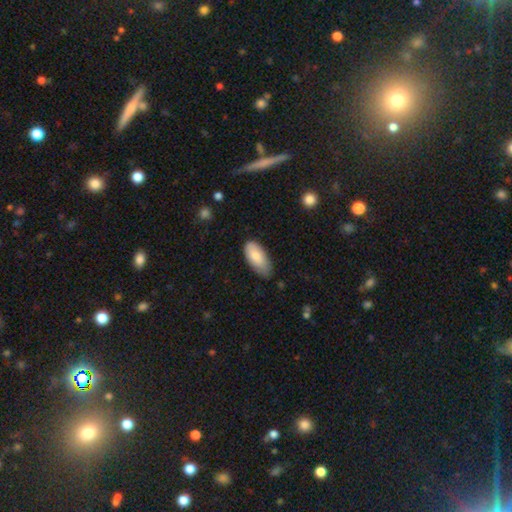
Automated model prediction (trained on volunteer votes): This appears to be a smooth galaxy with no disk features (82%) that is in between round and cigar-shaped (92%). Merging: none (60%).